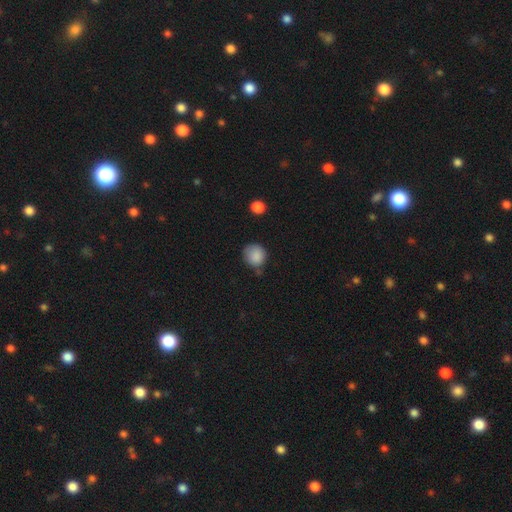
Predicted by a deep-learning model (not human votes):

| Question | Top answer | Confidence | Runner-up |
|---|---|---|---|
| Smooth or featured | smooth | 87% | star or artifact (9%) |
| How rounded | round | 84% | in between (15%) |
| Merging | none | 60% | minor disturbance (29%) |